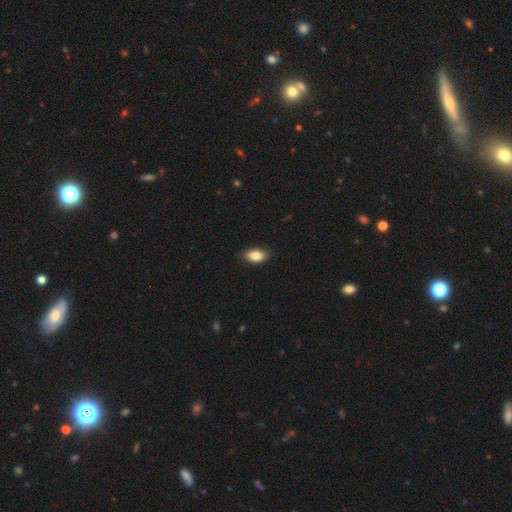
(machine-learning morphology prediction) smooth 85%, star or artifact 7%, featured or disk 7%. Down the decision tree: how rounded — in between (91%); merging — none (87%).